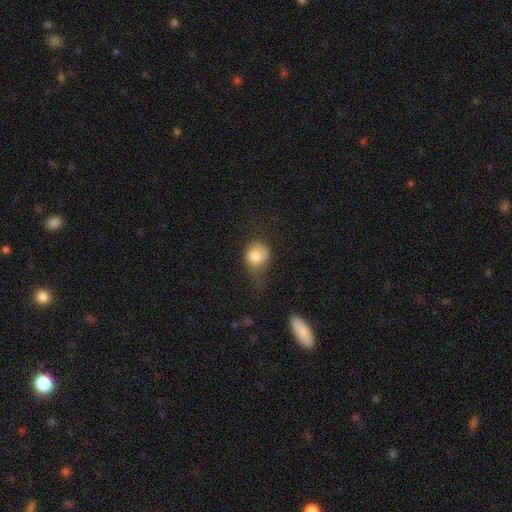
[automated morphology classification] Smooth or featured: smooth — 78% (featured or disk — 14%)
How rounded: round — 74% (in between — 25%)
Merging: minor disturbance — 36% (major disturbance — 32%)